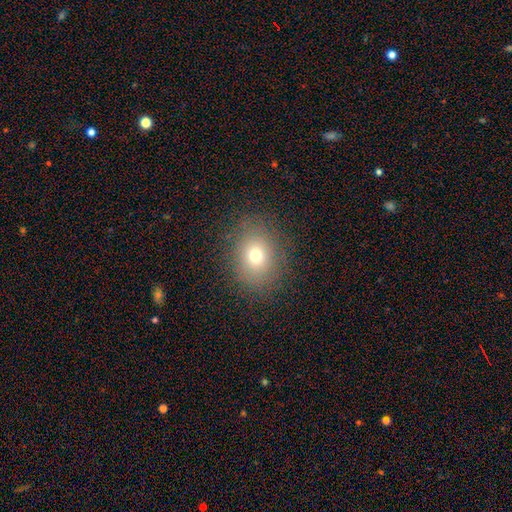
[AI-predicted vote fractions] Smooth or featured? smooth (71%)
How rounded? round (56%)
Merging? none (84%)